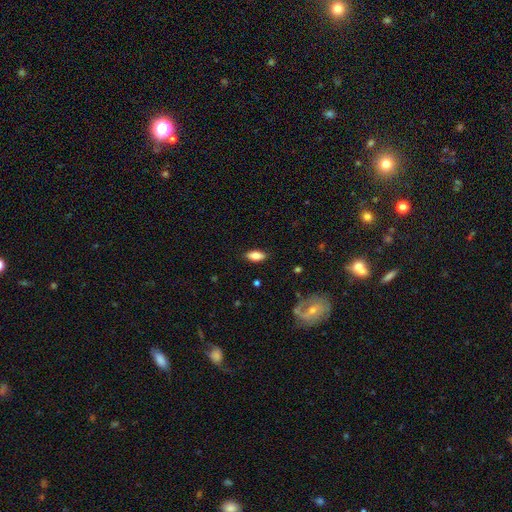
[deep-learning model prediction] Q: Smooth or featured?
A: smooth (78%); runner-up: featured or disk (15%)
Q: How rounded?
A: in between (86%); runner-up: cigar-shaped (12%)
Q: Merging?
A: none (86%); runner-up: minor disturbance (11%)